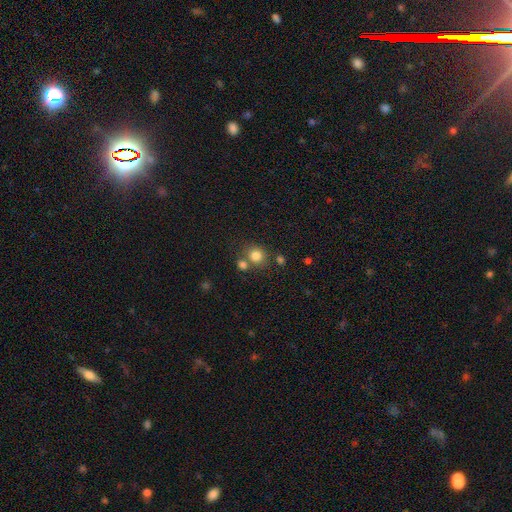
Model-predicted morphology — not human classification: This is clearly a smooth galaxy (81%). How rounded: clearly round (81%). Merging: likely none (63%).